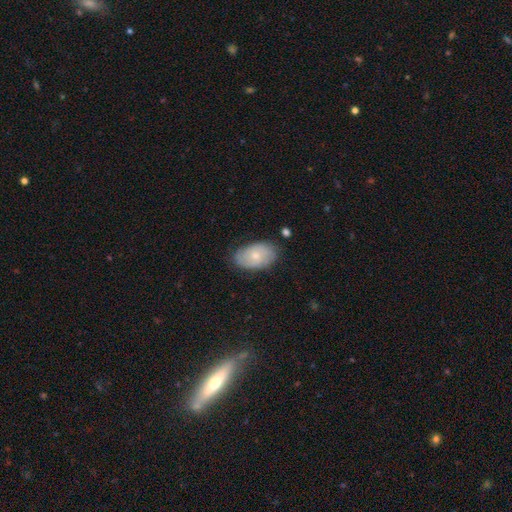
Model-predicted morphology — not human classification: smooth-or-featured: smooth: 49% | featured or disk: 44% | star or artifact: 7%
  merging: none: 75% | minor disturbance: 19% | major disturbance: 4% | merger: 2%